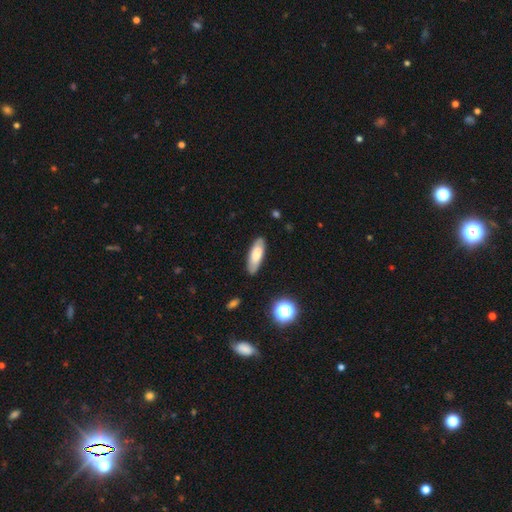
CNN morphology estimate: smooth 71%, featured or disk 22%, star or artifact 7%. Down the decision tree: how rounded — in between (57%); merging — none (82%).